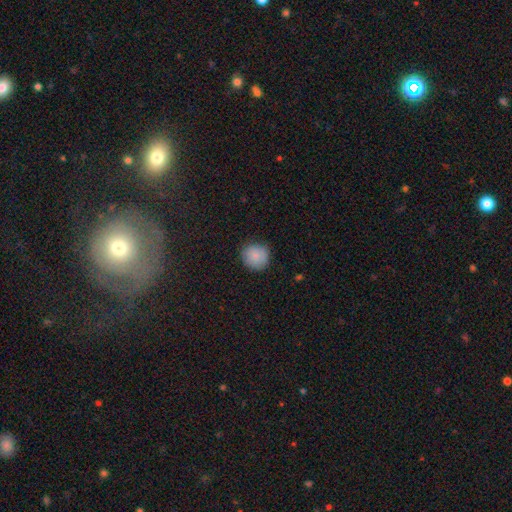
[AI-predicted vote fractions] A smooth galaxy with no disk features (86%) that is round (91%). Merging: none (85%).